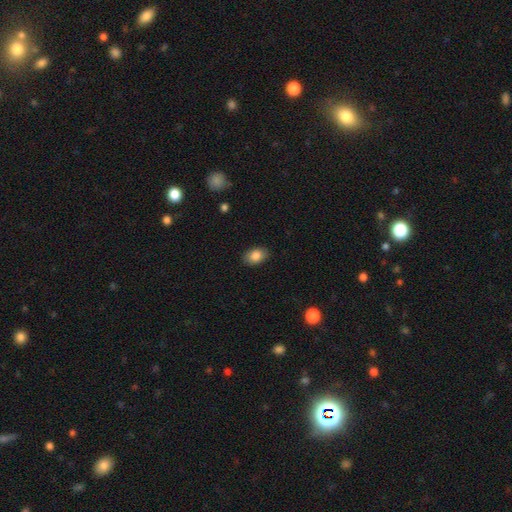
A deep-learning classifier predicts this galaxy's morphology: smooth-or-featured: smooth: 85% | star or artifact: 8% | featured or disk: 7%
  how-rounded: in between: 83% | round: 15% | cigar-shaped: 1%
  merging: none: 86% | minor disturbance: 10% | major disturbance: 2% | merger: 1%